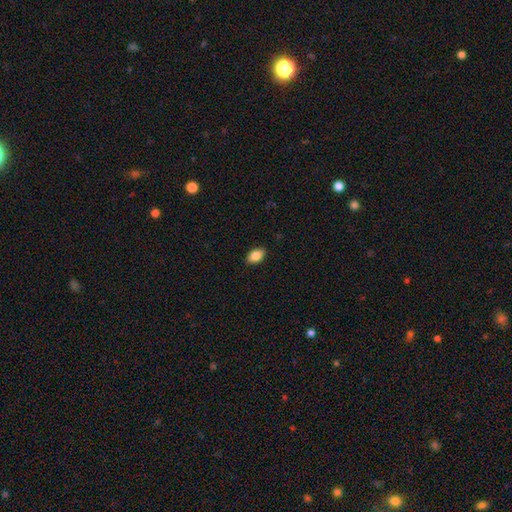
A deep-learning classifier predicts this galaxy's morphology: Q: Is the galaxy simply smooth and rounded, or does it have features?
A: smooth — 85%.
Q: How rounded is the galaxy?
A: in between — 89%.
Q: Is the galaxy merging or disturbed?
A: none — 88%.